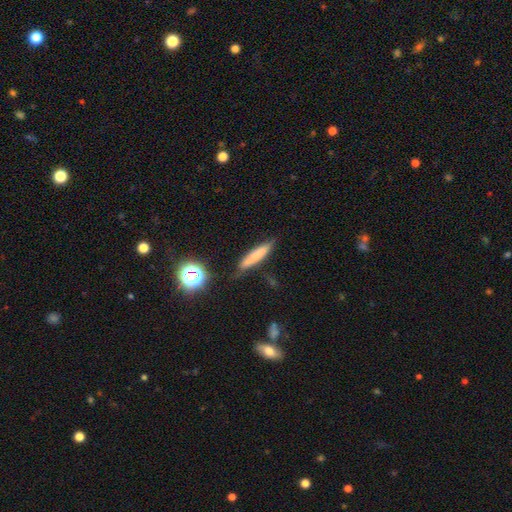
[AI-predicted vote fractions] A smooth galaxy with no disk features (71%) that is cigar-shaped (88%).

Vote fractions:
- Smooth or featured? smooth: 71% / featured or disk: 19% / star or artifact: 10%
- How rounded? cigar-shaped: 88% / in between: 10% / round: 2%
- Merging? none: 76% / minor disturbance: 17% / major disturbance: 4% / merger: 3%